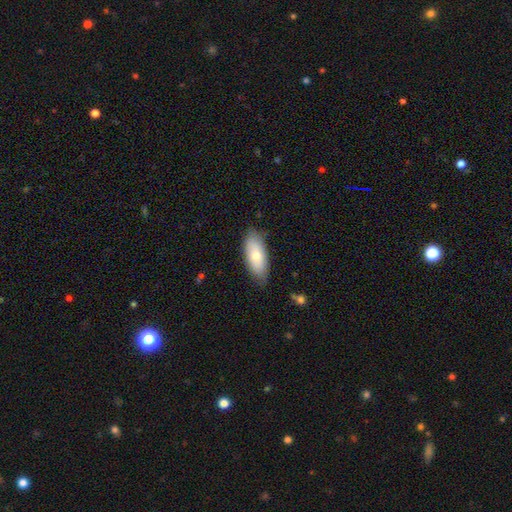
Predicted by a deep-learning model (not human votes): The model was most divided on "smooth or featured": smooth: 70%, featured or disk: 23%, star or artifact: 7%. More confident: how rounded — in between (84%); merging — none (81%).